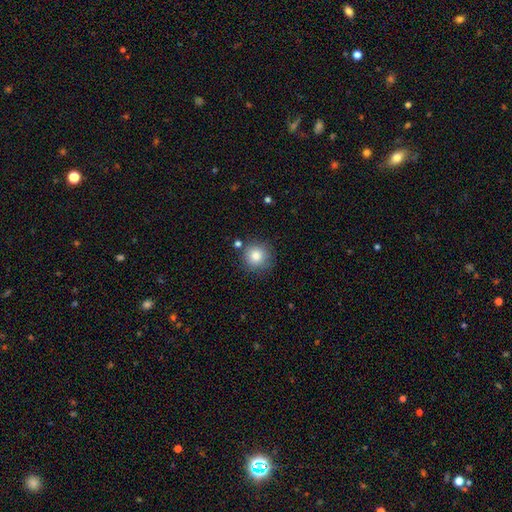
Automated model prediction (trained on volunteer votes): Q: Smooth or featured?
A: smooth (83%); runner-up: star or artifact (10%)
Q: How rounded?
A: round (93%); runner-up: in between (6%)
Q: Merging?
A: none (83%); runner-up: minor disturbance (10%)